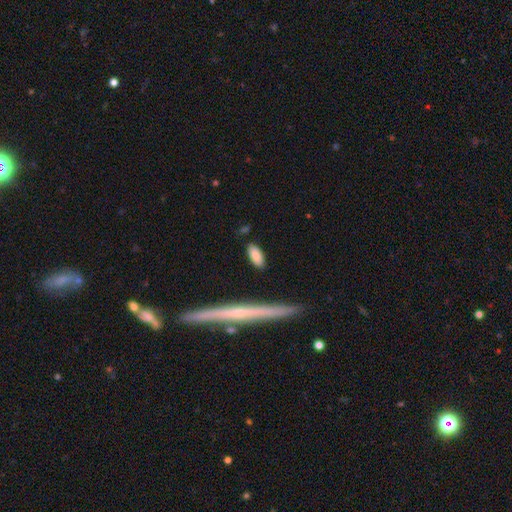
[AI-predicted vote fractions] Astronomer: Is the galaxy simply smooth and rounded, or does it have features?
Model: smooth — 83%.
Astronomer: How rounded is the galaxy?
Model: in between — 79%.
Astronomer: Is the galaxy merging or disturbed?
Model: none — 85%.